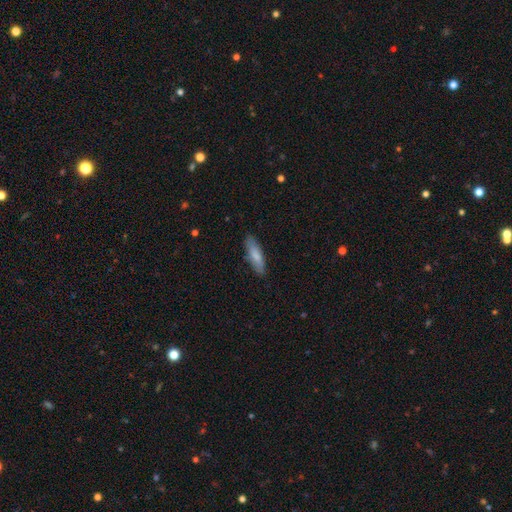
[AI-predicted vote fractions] smooth_or_featured: smooth (p=0.79) [alt: featured or disk p=0.15]
how_rounded: cigar-shaped (p=0.61) [alt: in between p=0.38]
merging: none (p=0.83) [alt: minor disturbance p=0.13]